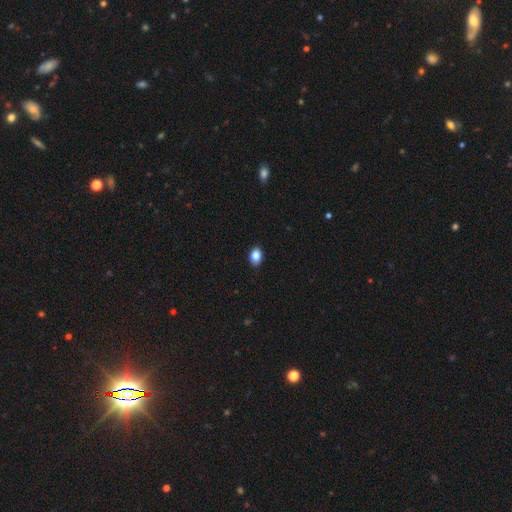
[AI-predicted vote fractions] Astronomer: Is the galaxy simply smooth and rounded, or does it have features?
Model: smooth — 86%.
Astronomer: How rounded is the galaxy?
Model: in between — 75%.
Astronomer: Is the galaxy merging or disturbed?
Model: none — 90%.